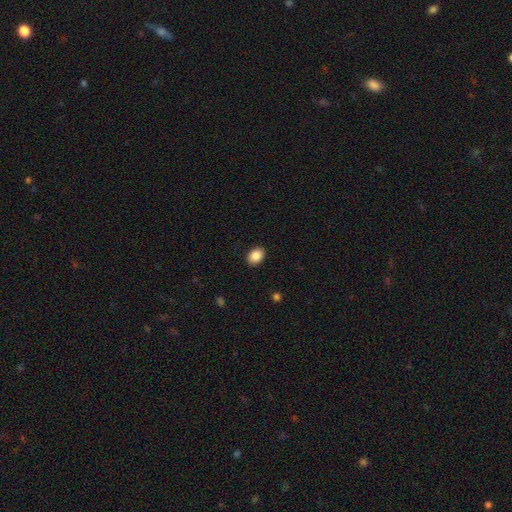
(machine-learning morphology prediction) Smooth or featured?
  - smooth: 87% *
  - star or artifact: 8%
  - featured or disk: 5%
How rounded?
  - in between: 73% *
  - round: 26%
  - cigar-shaped: 1%
Merging?
  - none: 90% *
  - minor disturbance: 7%
  - major disturbance: 2%
  - merger: 1%